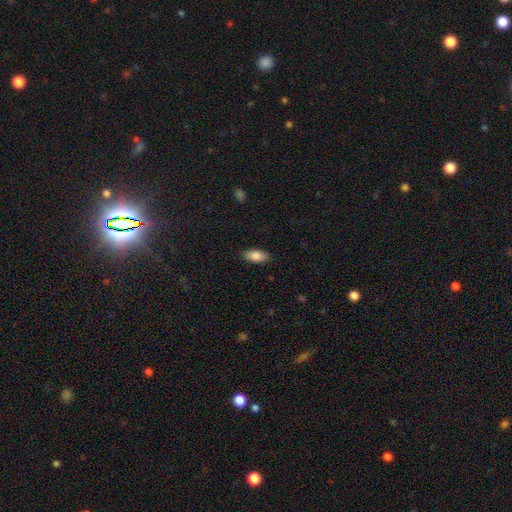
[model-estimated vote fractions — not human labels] A smooth galaxy with no disk features (86%) that is in between round and cigar-shaped (90%). Merging: none (88%).